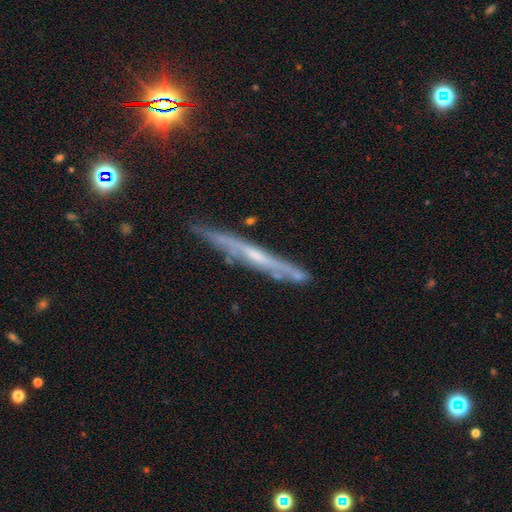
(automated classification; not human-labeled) Q: Smooth or featured?
A: featured or disk (68%); runner-up: smooth (22%)
Q: Edge-on disk?
A: yes (91%); runner-up: no (9%)
Q: Edge-on bulge?
A: none (59%); runner-up: rounded (34%)
Q: Merging?
A: none (77%); runner-up: minor disturbance (18%)